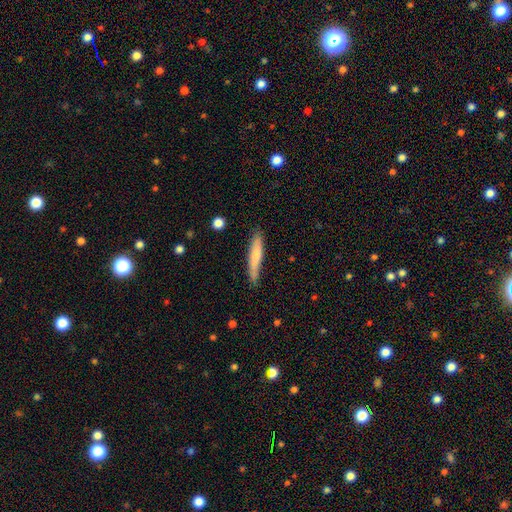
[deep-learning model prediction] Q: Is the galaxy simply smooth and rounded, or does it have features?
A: smooth — 66%.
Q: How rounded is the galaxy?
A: cigar-shaped — 91%.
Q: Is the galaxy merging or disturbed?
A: none — 82%.